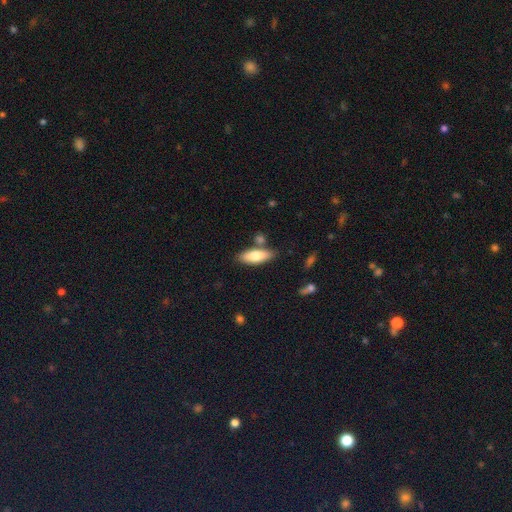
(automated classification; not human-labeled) Morphology: type=smooth (75%); roundness=in between (65%); merging=none (76%).